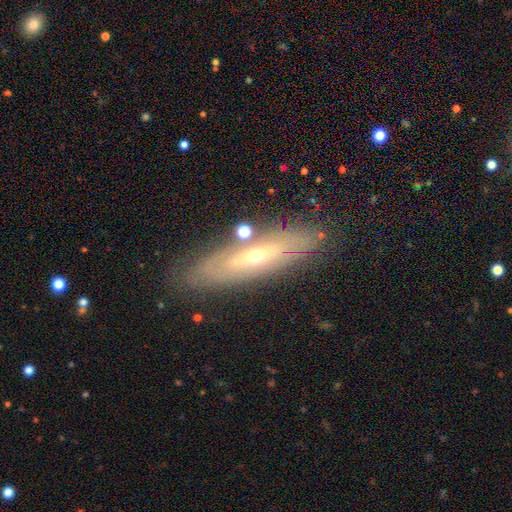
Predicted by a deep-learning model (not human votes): This is likely a featured or disk galaxy (65%). It is possibly not viewed edge-on (57%). Merging: likely none (80%).